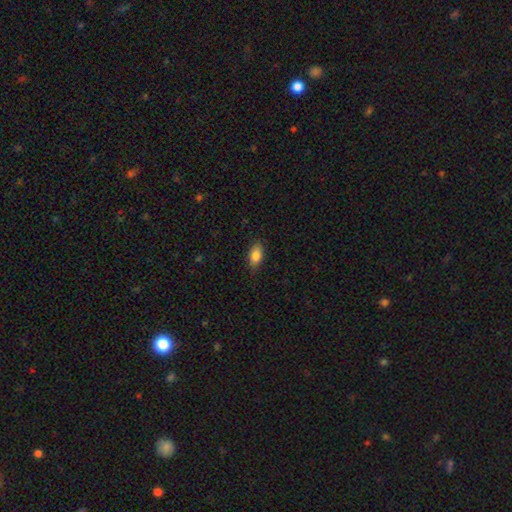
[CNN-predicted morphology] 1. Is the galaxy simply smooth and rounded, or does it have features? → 84% smooth, 8% featured or disk, 8% star or artifact.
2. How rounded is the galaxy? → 89% in between, 6% round, 5% cigar-shaped.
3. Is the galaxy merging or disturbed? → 83% none, 13% minor disturbance, 3% major disturbance, 1% merger.